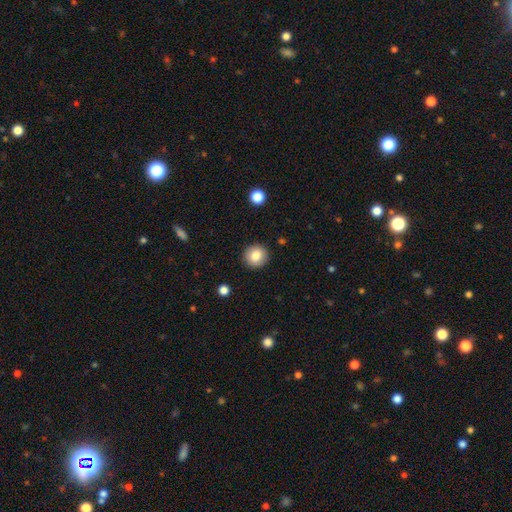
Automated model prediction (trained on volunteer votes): Smooth or featured: smooth — 82% (star or artifact — 9%)
How rounded: round — 91% (in between — 8%)
Merging: none — 91% (minor disturbance — 6%)